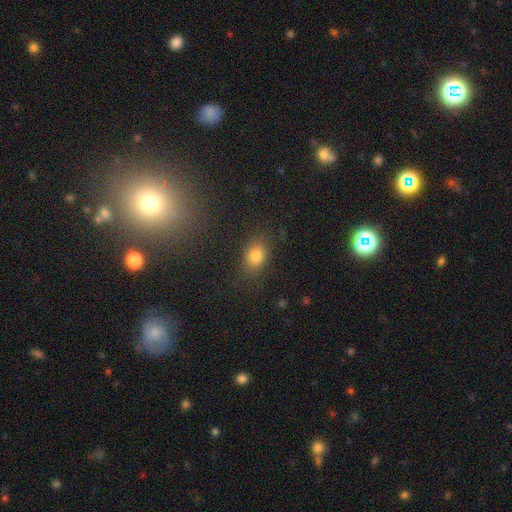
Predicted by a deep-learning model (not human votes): smooth-or-featured: smooth: 80% | star or artifact: 12% | featured or disk: 8%
  how-rounded: in between: 69% | round: 29% | cigar-shaped: 2%
  merging: none: 81% | minor disturbance: 12% | major disturbance: 5% | merger: 3%